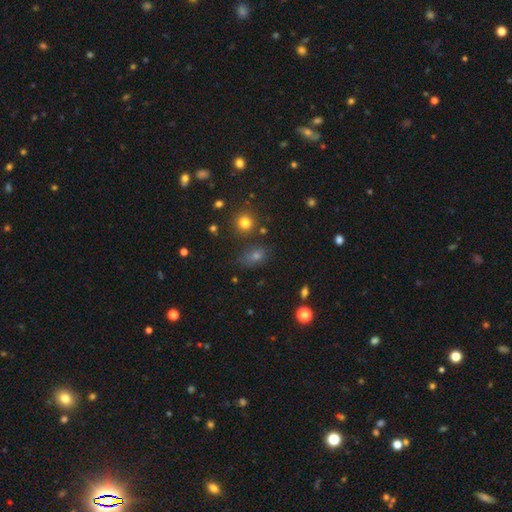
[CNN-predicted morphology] smooth_or_featured: smooth (p=0.59) [alt: star or artifact p=0.30]
how_rounded: in between (p=0.64) [alt: round p=0.31]
merging: none (p=0.74) [alt: minor disturbance p=0.15]